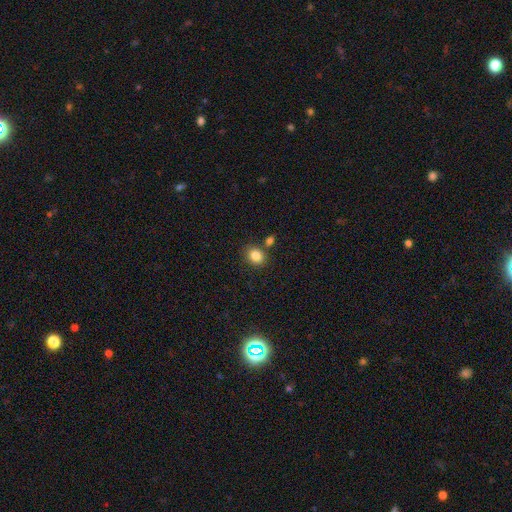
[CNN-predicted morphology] The model was most divided on "how rounded": round: 55%, in between: 44%, cigar-shaped: 1%. More confident: smooth or featured — smooth (84%); merging — none (76%).